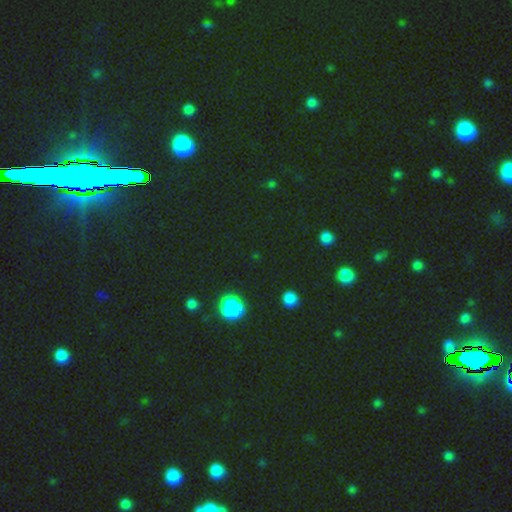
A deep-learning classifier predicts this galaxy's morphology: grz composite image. It shows a star or artifact, not a galaxy (65%).